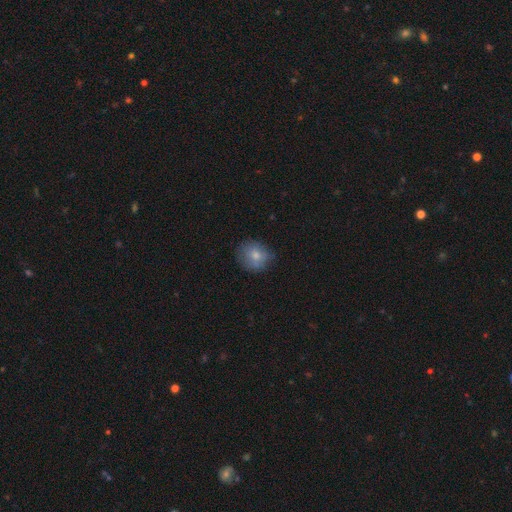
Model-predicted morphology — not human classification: Overall: smooth (76%). How rounded: round (76%). Merging: none (72%).